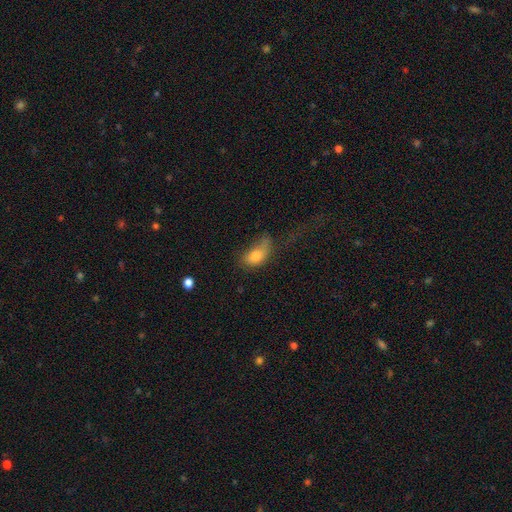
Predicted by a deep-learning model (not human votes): smooth_or_featured: smooth (p=0.72) [alt: featured or disk p=0.19]
how_rounded: in between (p=0.85) [alt: round p=0.11]
merging: major disturbance (p=0.47) [alt: minor disturbance p=0.24]